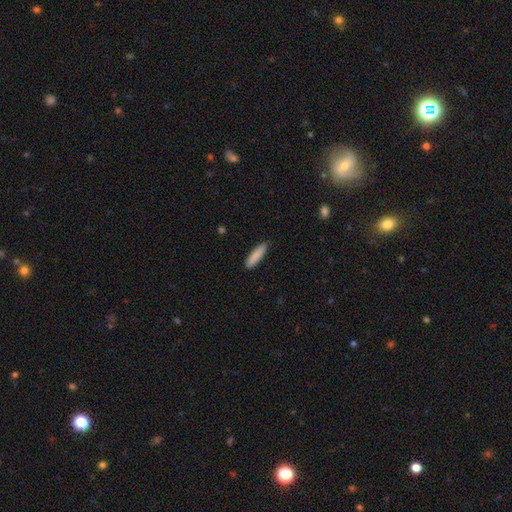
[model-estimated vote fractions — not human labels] smooth_or_featured: smooth (p=0.88) [alt: featured or disk p=0.06]
how_rounded: cigar-shaped (p=0.72) [alt: in between p=0.27]
merging: none (p=0.88) [alt: minor disturbance p=0.09]